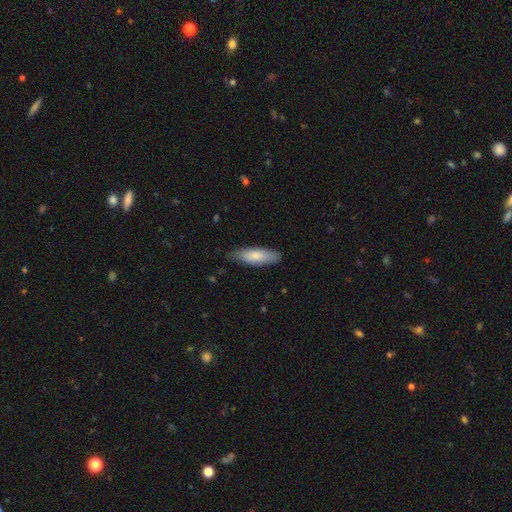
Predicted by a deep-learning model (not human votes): smooth_or_featured: smooth (p=0.80) [alt: featured or disk p=0.15]
how_rounded: in between (p=0.58) [alt: cigar-shaped p=0.41]
merging: none (p=0.78) [alt: minor disturbance p=0.18]